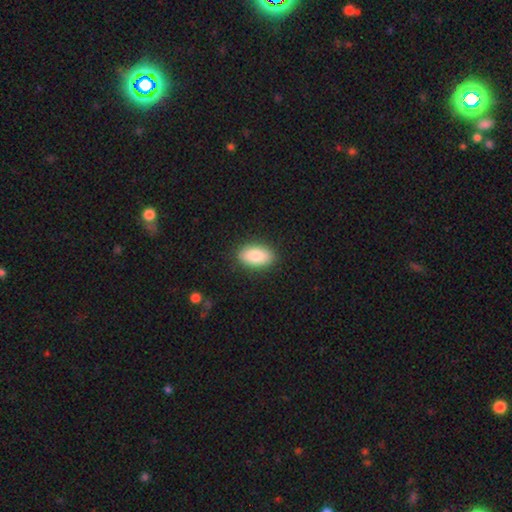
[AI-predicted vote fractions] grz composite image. It shows a smooth galaxy with no disk features (84%) that is in between round and cigar-shaped (92%). Merging: none (89%).